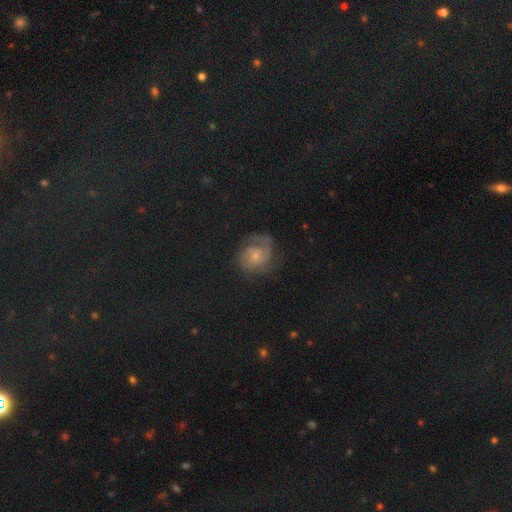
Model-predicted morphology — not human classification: Smooth or featured: featured or disk — 74% (smooth — 16%)
Edge-on disk: no — 98% (yes — 2%)
Bar: no — 64% (weak — 31%)
Spiral arms: yes — 93% (no — 7%)
Spiral winding: tight — 46% (medium — 41%)
Spiral arm count: 2 — 47% (can't tell — 21%)
Bulge size: small — 64% (moderate — 29%)
Merging: none — 64% (minor disturbance — 21%)